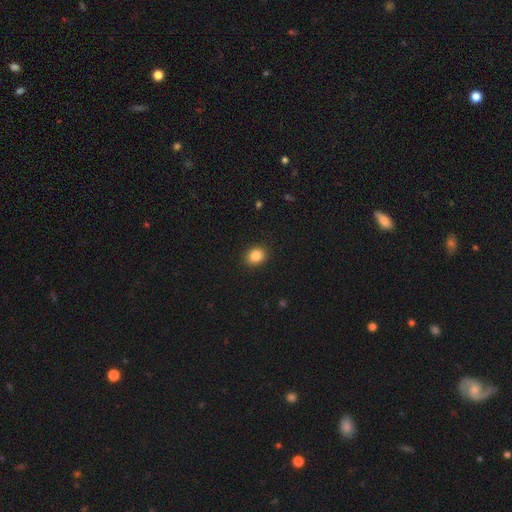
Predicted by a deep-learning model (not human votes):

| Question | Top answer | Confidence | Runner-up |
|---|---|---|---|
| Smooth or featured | smooth | 85% | star or artifact (10%) |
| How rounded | round | 63% | in between (36%) |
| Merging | none | 91% | minor disturbance (7%) |